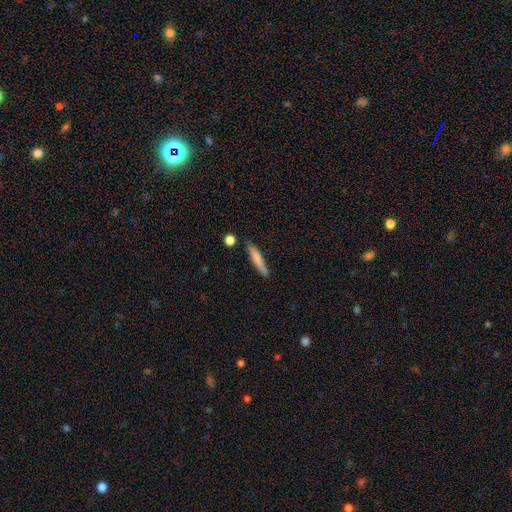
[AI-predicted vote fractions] Smooth or featured? Predicted: smooth (p=0.72). How rounded? Predicted: cigar-shaped (p=0.92). Merging? Predicted: none (p=0.79).